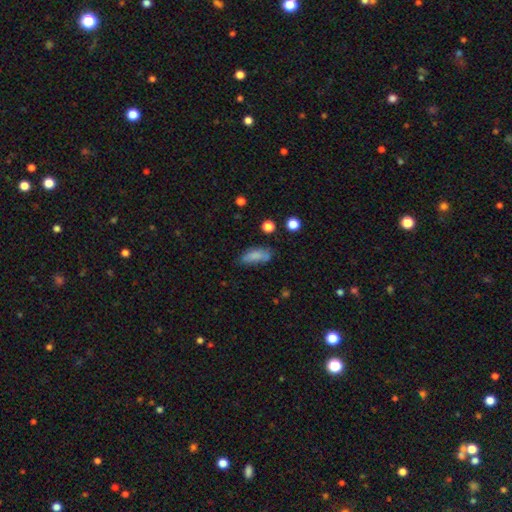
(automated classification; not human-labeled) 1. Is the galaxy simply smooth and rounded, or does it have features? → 76% smooth, 13% featured or disk, 11% star or artifact.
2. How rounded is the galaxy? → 74% in between, 23% cigar-shaped, 3% round.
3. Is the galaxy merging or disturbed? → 51% none, 29% minor disturbance, 13% major disturbance, 7% merger.